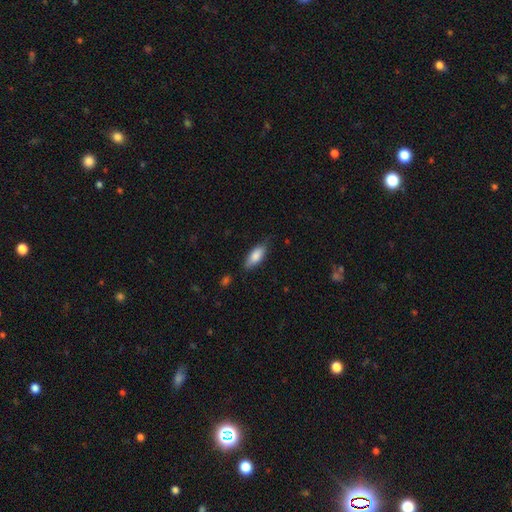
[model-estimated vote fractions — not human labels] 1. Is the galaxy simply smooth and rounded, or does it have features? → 82% smooth, 12% featured or disk, 6% star or artifact.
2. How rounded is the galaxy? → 78% in between, 20% cigar-shaped, 2% round.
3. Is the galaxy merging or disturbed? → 74% none, 21% minor disturbance, 4% major disturbance, 2% merger.